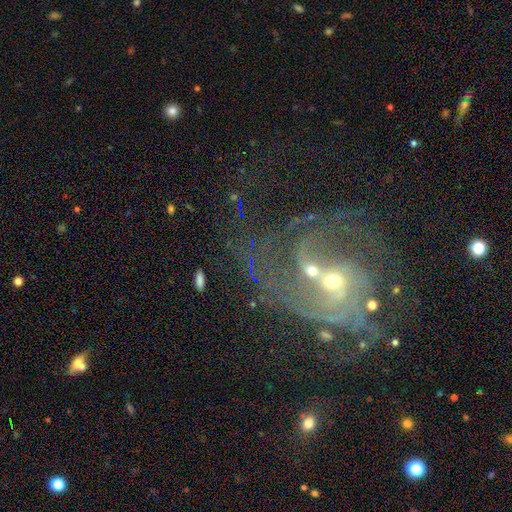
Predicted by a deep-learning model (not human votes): Smooth or featured? featured or disk (81%)
Edge-on disk? no (97%)
Bar? no (65%)
Spiral arms? yes (90%)
Spiral winding? medium (44%)
Spiral arm count? 2 (31%)
Bulge size? small (54%)
Merging? merger (35%)